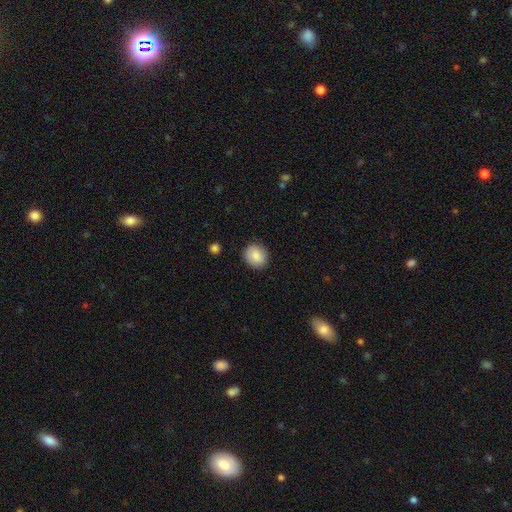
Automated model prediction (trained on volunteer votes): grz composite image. It shows a smooth galaxy with no disk features (83%) that is round (73%). Merging: none (87%).